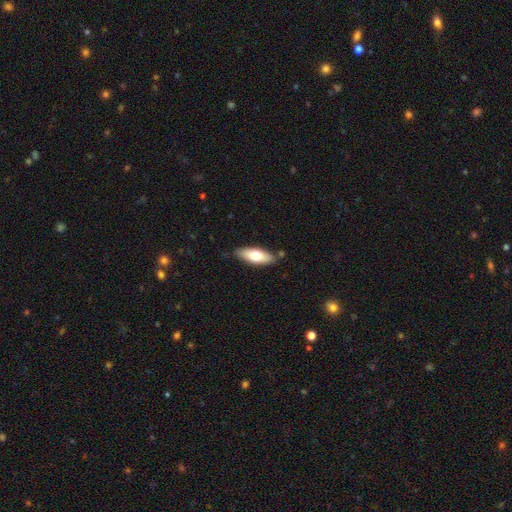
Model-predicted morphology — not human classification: A smooth galaxy with no disk features (69%) that is in between round and cigar-shaped (70%).

Vote fractions:
- Smooth or featured? smooth: 69% / featured or disk: 25% / star or artifact: 6%
- How rounded? in between: 70% / cigar-shaped: 27% / round: 2%
- Merging? none: 81% / minor disturbance: 13% / merger: 3% / major disturbance: 2%